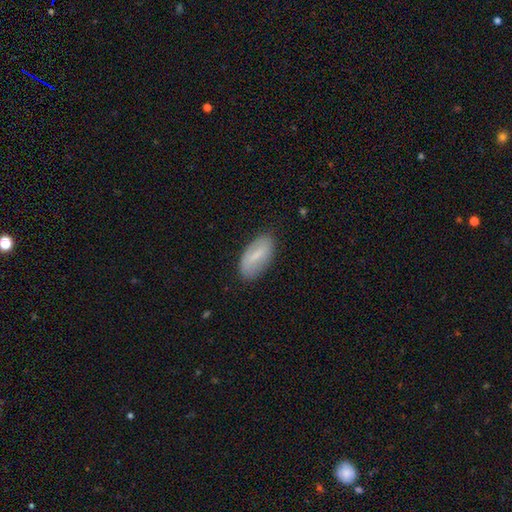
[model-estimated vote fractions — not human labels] Q: Smooth or featured?
A: smooth (62%); runner-up: featured or disk (31%)
Q: How rounded?
A: in between (87%); runner-up: cigar-shaped (10%)
Q: Merging?
A: none (81%); runner-up: minor disturbance (14%)